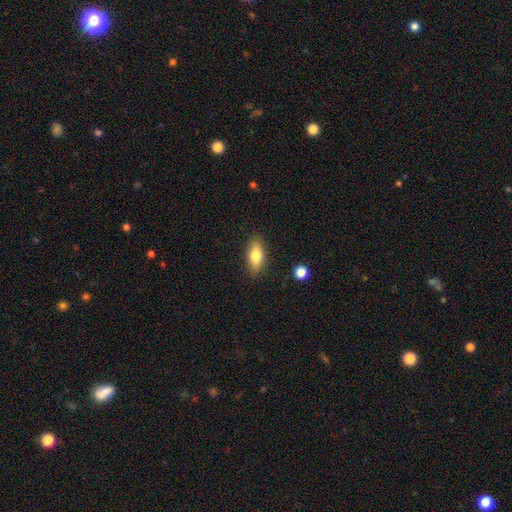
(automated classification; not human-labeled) This appears to be a smooth galaxy with no disk features (76%) that is in between round and cigar-shaped (80%). Merging: none (87%).